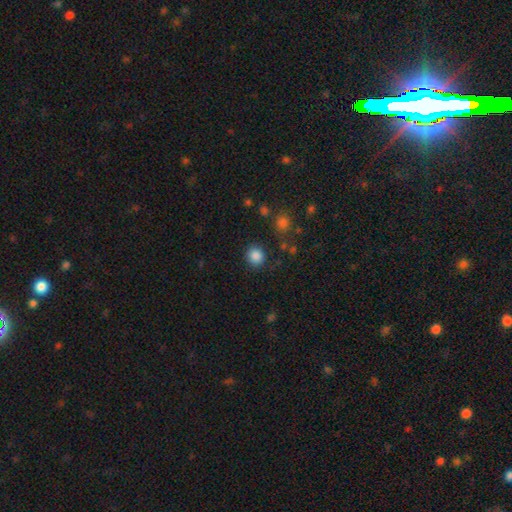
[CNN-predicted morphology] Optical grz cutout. It shows a smooth galaxy with no disk features (86%) that is round (86%). Merging: none (85%).